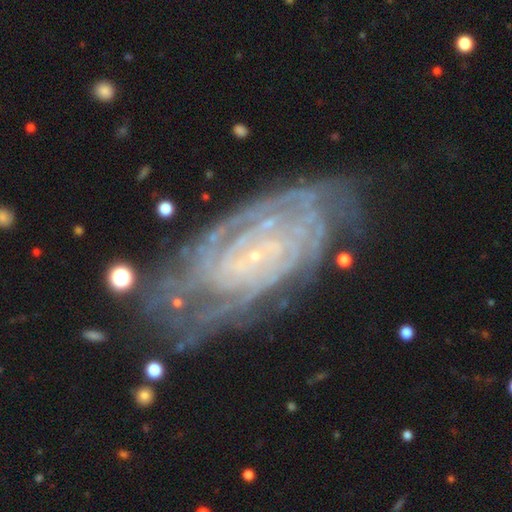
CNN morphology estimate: This appears to be a featured or disk galaxy (88%) with no bar (63%), tight (80%) spiral arms (97%) and a small central bulge (87%). Merging: none (65%).